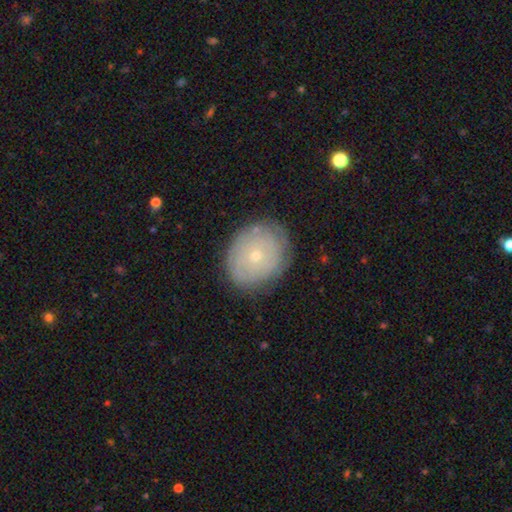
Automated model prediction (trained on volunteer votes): A featured or disk galaxy (49%).

Vote fractions:
- Smooth or featured? featured or disk: 49% / smooth: 42% / star or artifact: 9%
- Merging? none: 81% / minor disturbance: 14% / major disturbance: 4% / merger: 1%